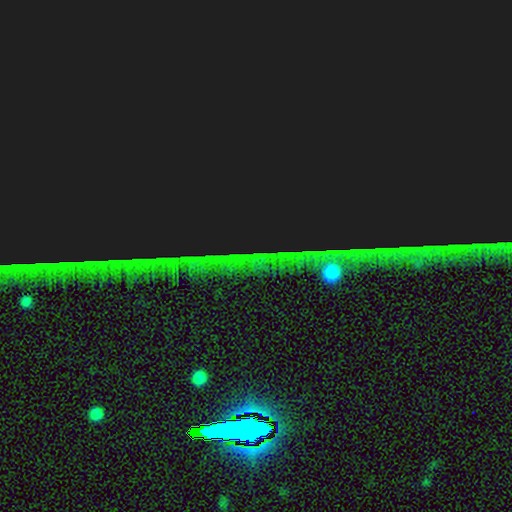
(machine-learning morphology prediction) This appears to be a star or artifact, not a galaxy (84%).